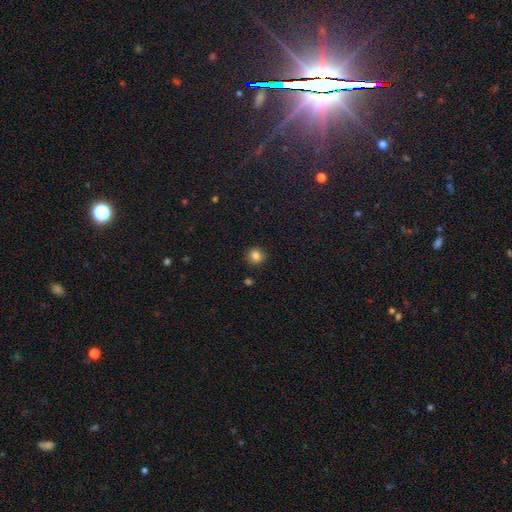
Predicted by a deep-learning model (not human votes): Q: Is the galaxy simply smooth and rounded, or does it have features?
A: smooth — 83%.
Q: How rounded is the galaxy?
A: round — 91%.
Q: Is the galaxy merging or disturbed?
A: none — 90%.